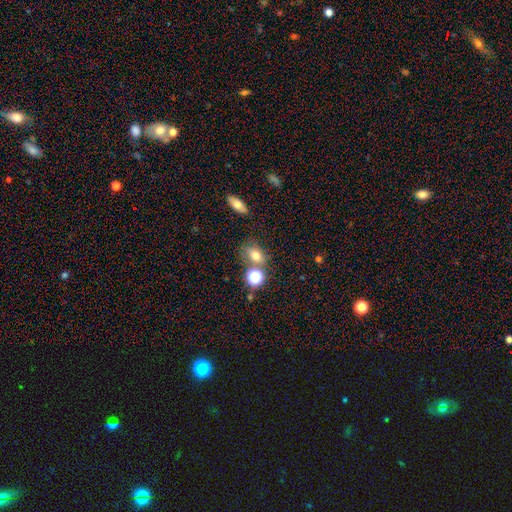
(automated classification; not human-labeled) A smooth galaxy with no disk features (73%) that is in between round and cigar-shaped (64%). Merging: none (63%).